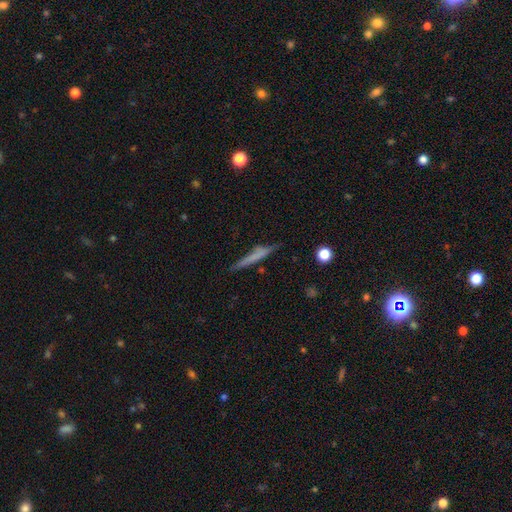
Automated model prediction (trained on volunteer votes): This appears to be a smooth galaxy with no disk features (54%) that is cigar-shaped (93%). Merging: none (77%).